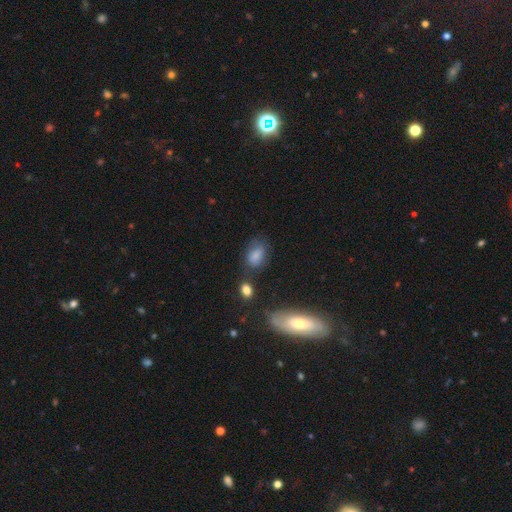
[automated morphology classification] smooth_or_featured: smooth (p=0.79) [alt: star or artifact p=0.11]
how_rounded: in between (p=0.81) [alt: round p=0.17]
merging: none (p=0.56) [alt: minor disturbance p=0.26]